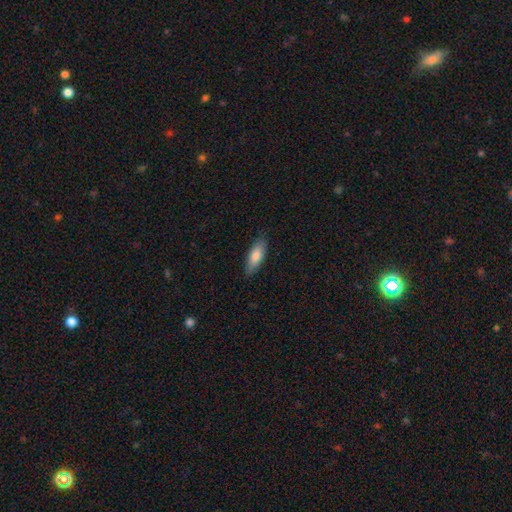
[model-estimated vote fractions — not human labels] Smooth or featured?
  - smooth: 78% *
  - featured or disk: 16%
  - star or artifact: 6%
How rounded?
  - in between: 65% *
  - cigar-shaped: 33%
  - round: 2%
Merging?
  - none: 86% *
  - minor disturbance: 11%
  - major disturbance: 2%
  - merger: 1%